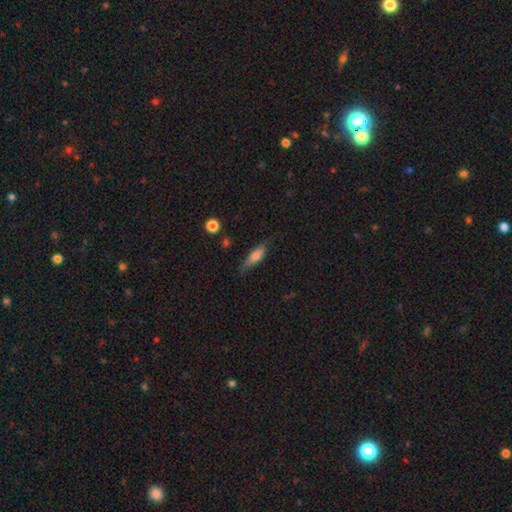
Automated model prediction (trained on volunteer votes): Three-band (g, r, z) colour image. It shows a smooth galaxy with no disk features (68%) that is in between round and cigar-shaped (52%). Merging: none (60%).